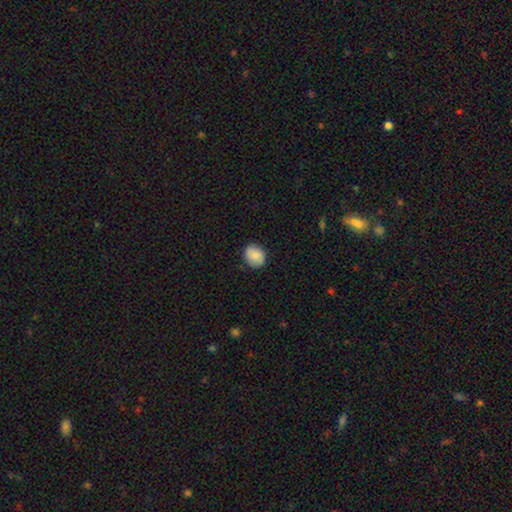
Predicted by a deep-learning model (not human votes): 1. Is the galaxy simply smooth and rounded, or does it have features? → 80% smooth, 12% featured or disk, 7% star or artifact.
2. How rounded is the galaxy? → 69% round, 30% in between, 1% cigar-shaped.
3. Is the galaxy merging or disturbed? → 85% none, 11% minor disturbance, 2% major disturbance, 1% merger.